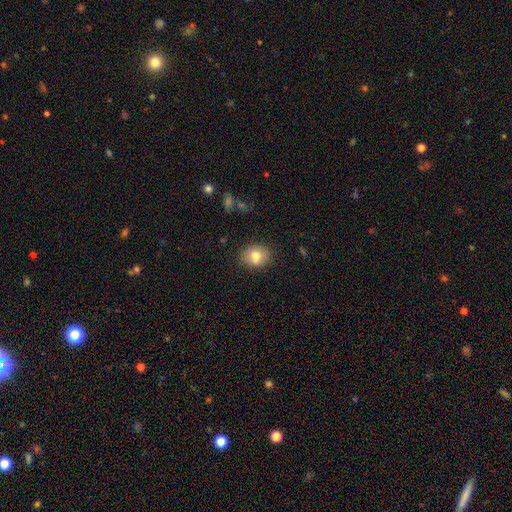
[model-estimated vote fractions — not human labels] Q: Smooth or featured?
A: smooth (75%); runner-up: featured or disk (15%)
Q: How rounded?
A: round (59%); runner-up: in between (40%)
Q: Merging?
A: none (81%); runner-up: minor disturbance (13%)